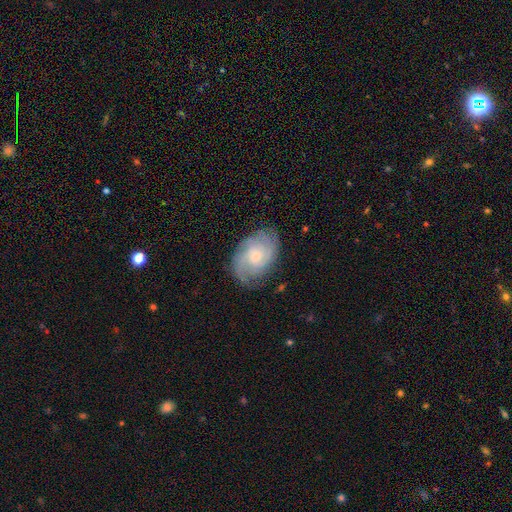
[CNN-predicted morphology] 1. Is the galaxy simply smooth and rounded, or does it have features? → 75% featured or disk, 19% smooth, 6% star or artifact.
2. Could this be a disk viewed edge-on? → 96% no, 4% yes.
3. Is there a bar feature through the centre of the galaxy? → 71% no, 26% weak, 3% strong.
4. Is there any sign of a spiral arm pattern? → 94% yes, 6% no.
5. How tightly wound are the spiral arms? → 55% tight, 34% medium, 11% loose.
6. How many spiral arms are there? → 34% can't tell, 28% 2, 19% 3, 8% 4, 5% 1, 5% more than 4.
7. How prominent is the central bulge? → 59% small, 36% moderate, 2% large, 2% none, 1% dominant.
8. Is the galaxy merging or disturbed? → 76% none, 17% minor disturbance, 6% major disturbance, 1% merger.